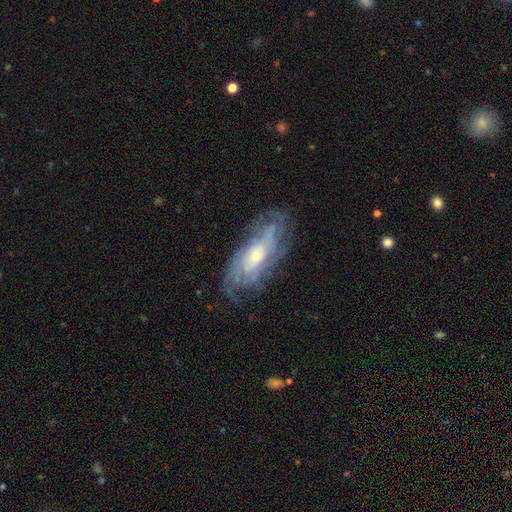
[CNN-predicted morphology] Smooth or featured: featured or disk — 78% (smooth — 16%)
Edge-on disk: no — 88% (yes — 12%)
Bar: no — 74% (weak — 21%)
Spiral arms: yes — 86% (no — 14%)
Spiral winding: tight — 59% (medium — 30%)
Spiral arm count: can't tell — 54% (2 — 15%)
Bulge size: small — 65% (moderate — 29%)
Merging: none — 68% (minor disturbance — 20%)